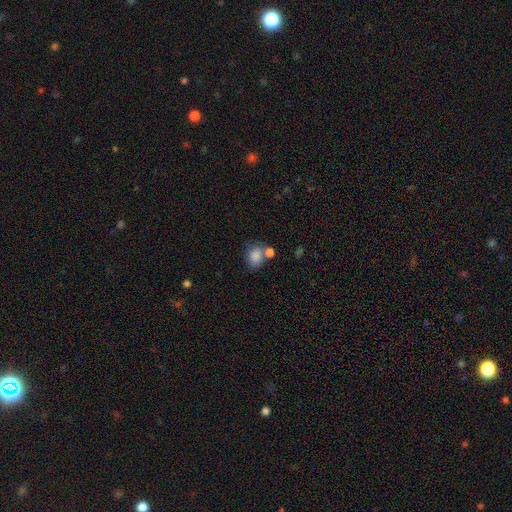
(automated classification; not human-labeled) The model was most divided on "how rounded": round: 52%, in between: 47%, cigar-shaped: 1%. More confident: smooth or featured — smooth (84%); merging — none (53%).